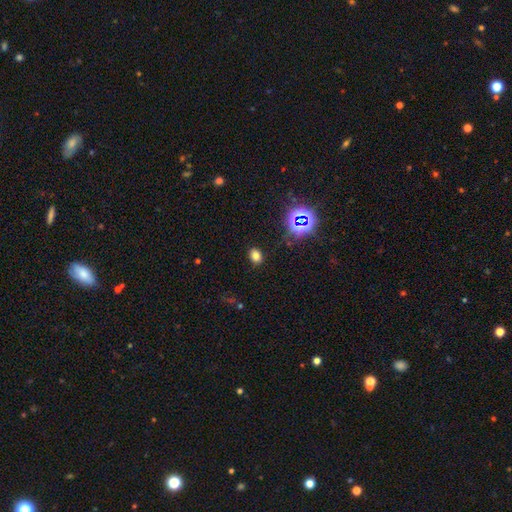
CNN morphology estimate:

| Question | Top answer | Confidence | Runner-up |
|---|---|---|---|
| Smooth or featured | smooth | 72% | star or artifact (21%) |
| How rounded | in between | 71% | round (28%) |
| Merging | none | 87% | minor disturbance (9%) |